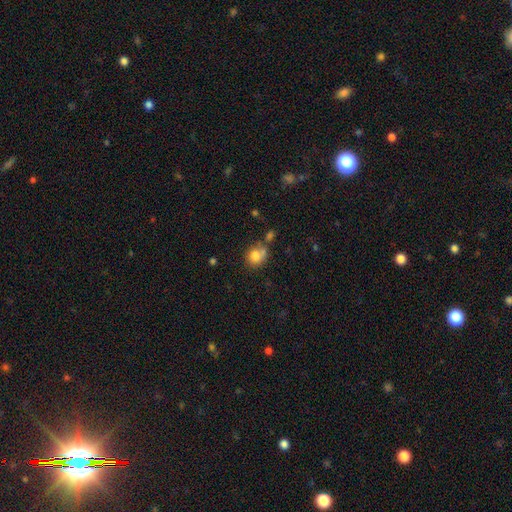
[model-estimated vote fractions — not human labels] smooth_or_featured: smooth (p=0.80) [alt: star or artifact p=0.10]
how_rounded: round (p=0.75) [alt: in between p=0.24]
merging: none (p=0.51) [alt: merger p=0.22]